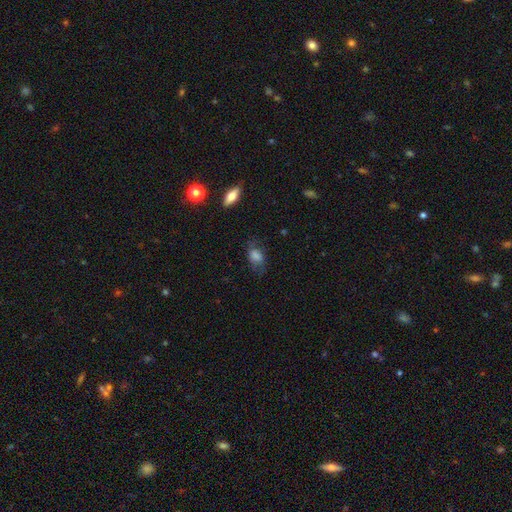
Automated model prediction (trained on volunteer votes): Smooth or featured?
  - smooth: 72% *
  - featured or disk: 18%
  - star or artifact: 10%
How rounded?
  - in between: 82% *
  - round: 14%
  - cigar-shaped: 3%
Merging?
  - none: 54% *
  - minor disturbance: 27%
  - major disturbance: 17%
  - merger: 2%